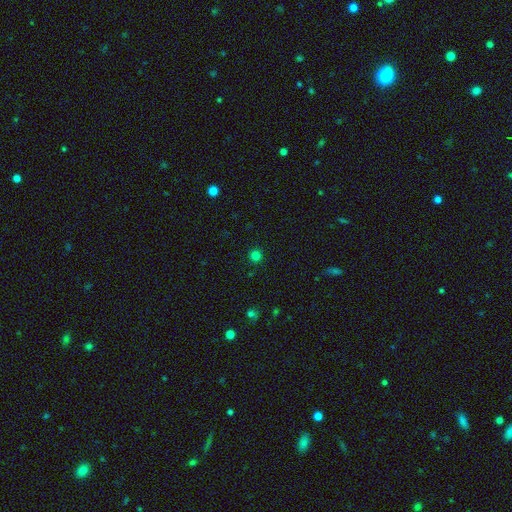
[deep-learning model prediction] A smooth galaxy with no disk features (78%) that is round (95%).

Vote fractions:
- Smooth or featured? smooth: 78% / star or artifact: 18% / featured or disk: 4%
- How rounded? round: 95% / in between: 4% / cigar-shaped: 1%
- Merging? none: 91% / minor disturbance: 6% / major disturbance: 2% / merger: 1%